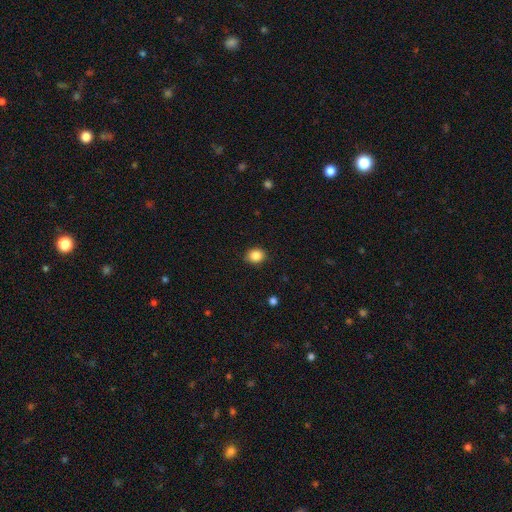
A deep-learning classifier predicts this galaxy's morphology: A smooth galaxy with no disk features (86%) that is round (59%). Merging: none (89%).